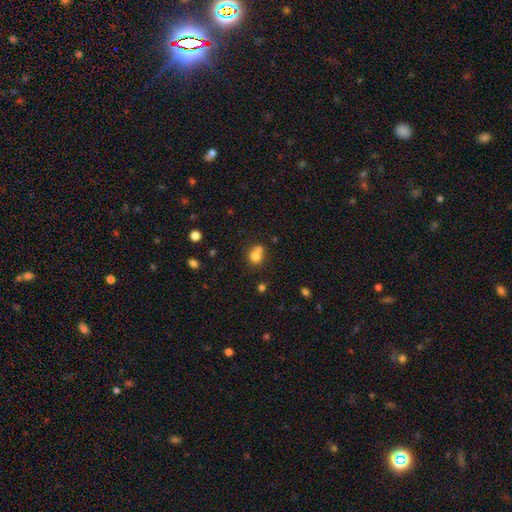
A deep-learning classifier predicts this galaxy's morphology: Smooth or featured: smooth — 76% (star or artifact — 12%)
How rounded: round — 73% (in between — 26%)
Merging: merger — 43% (none — 40%)